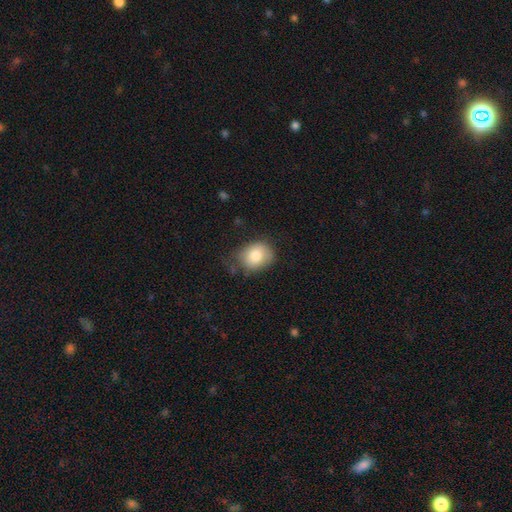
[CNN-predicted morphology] Q: Smooth or featured?
A: smooth (81%); runner-up: featured or disk (11%)
Q: How rounded?
A: round (52%); runner-up: in between (48%)
Q: Merging?
A: none (62%); runner-up: minor disturbance (28%)